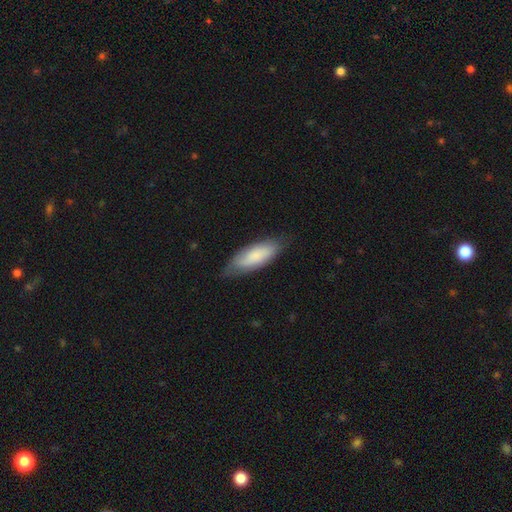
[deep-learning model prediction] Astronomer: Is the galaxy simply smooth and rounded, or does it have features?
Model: smooth — 76%.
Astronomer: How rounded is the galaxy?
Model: in between — 71%.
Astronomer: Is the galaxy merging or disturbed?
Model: none — 70%.